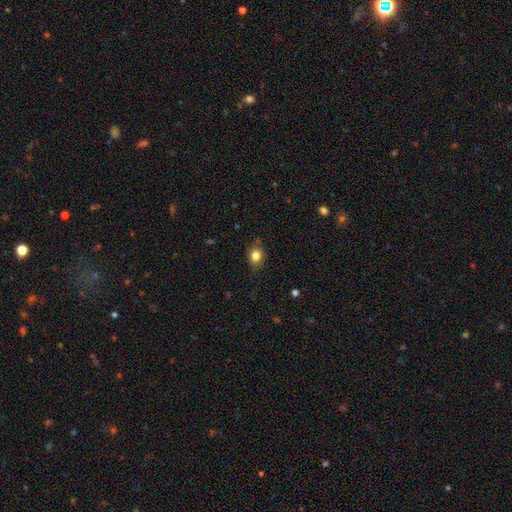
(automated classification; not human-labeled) Smooth or featured: smooth — 82% (star or artifact — 10%)
How rounded: in between — 62% (round — 37%)
Merging: none — 81% (minor disturbance — 15%)